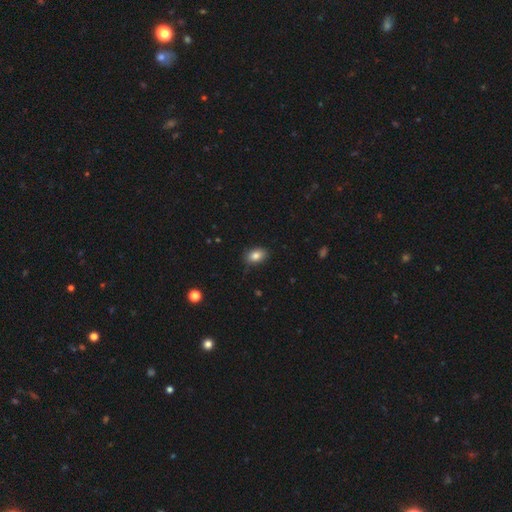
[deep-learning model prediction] smooth-or-featured: smooth: 83% | star or artifact: 9% | featured or disk: 7%
  how-rounded: in between: 81% | round: 17% | cigar-shaped: 1%
  merging: none: 78% | minor disturbance: 18% | major disturbance: 3% | merger: 1%